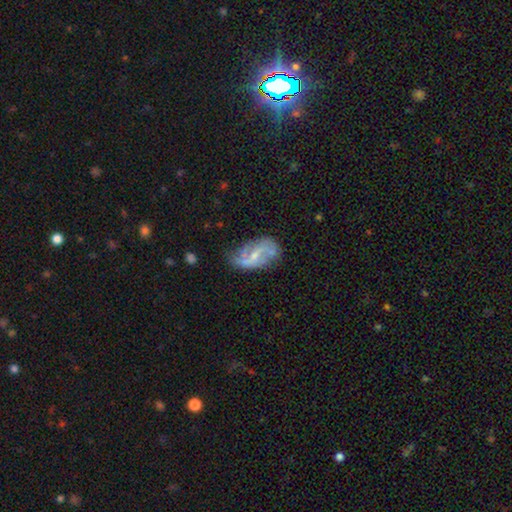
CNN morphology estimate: A featured or disk galaxy (72%) with a weak bar (48%), 2 (69%) loose (49%) spiral arms (83%) and a small central bulge (60%).

Vote fractions:
- Smooth or featured? featured or disk: 72% / smooth: 21% / star or artifact: 7%
- Edge-on disk? no: 96% / yes: 4%
- Bar? weak: 48% / no: 36% / strong: 17%
- Spiral arms? yes: 83% / no: 17%
- Spiral winding? loose: 49% / medium: 36% / tight: 15%
- Spiral arm count? 2: 69% / can't tell: 16% / 3: 6% / 1: 5% / 4: 2% / more than 4: 2%
- Bulge size? small: 60% / moderate: 31% / none: 7% / large: 1% / dominant: 1%
- Merging? none: 52% / minor disturbance: 30% / major disturbance: 15% / merger: 4%